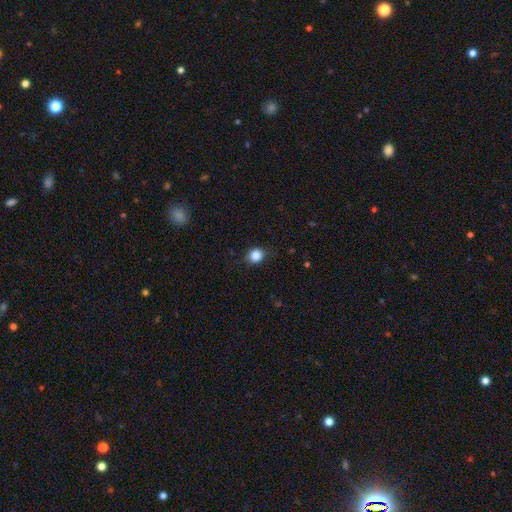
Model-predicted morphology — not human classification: Smooth or featured? Predicted: smooth (p=0.84). How rounded? Predicted: round (p=0.76). Merging? Predicted: none (p=0.82).